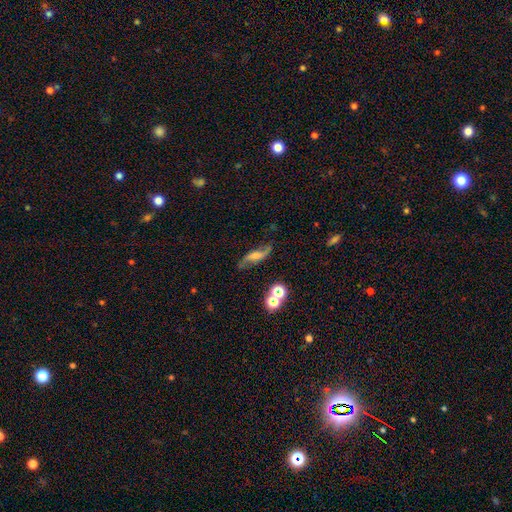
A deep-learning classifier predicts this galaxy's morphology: type=featured or disk (72%); edge-on=no (88%); bar=no (43%); spiral arms=yes (93%); winding=loose (80%); arm count=2 (91%); bulge=small (36%); merging=none (69%).